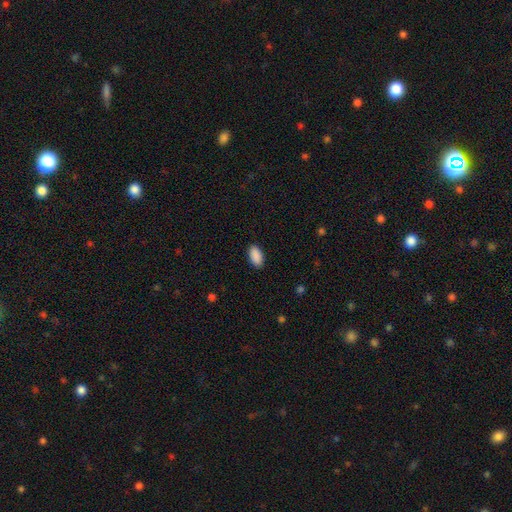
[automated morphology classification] A smooth galaxy with no disk features (91%) that is in between round and cigar-shaped (95%).

Vote fractions:
- Smooth or featured? smooth: 91% / star or artifact: 7% / featured or disk: 2%
- How rounded? in between: 95% / round: 3% / cigar-shaped: 3%
- Merging? none: 89% / minor disturbance: 8% / major disturbance: 2% / merger: 1%